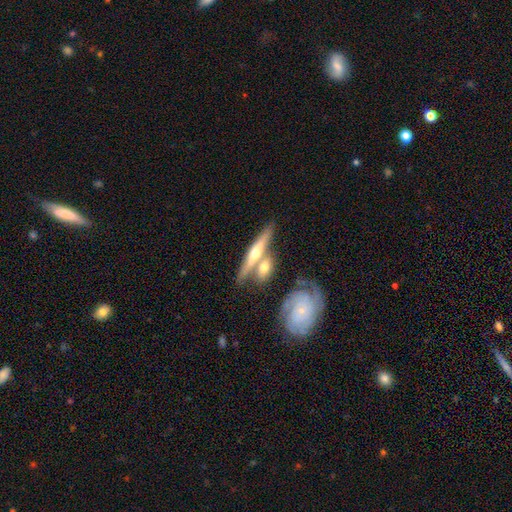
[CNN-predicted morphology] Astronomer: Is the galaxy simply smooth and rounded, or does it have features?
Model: featured or disk — 76%.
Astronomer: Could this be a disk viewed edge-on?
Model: yes — 77%.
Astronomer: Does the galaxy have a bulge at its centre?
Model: rounded — 89%.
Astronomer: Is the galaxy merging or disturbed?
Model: none — 60%.